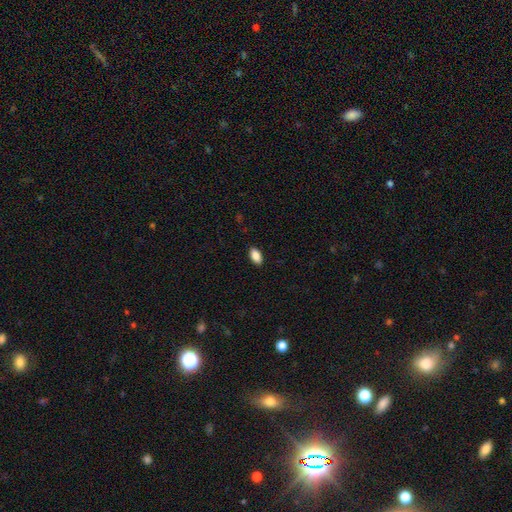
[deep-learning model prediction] Smooth or featured? smooth (87%)
How rounded? in between (91%)
Merging? none (89%)